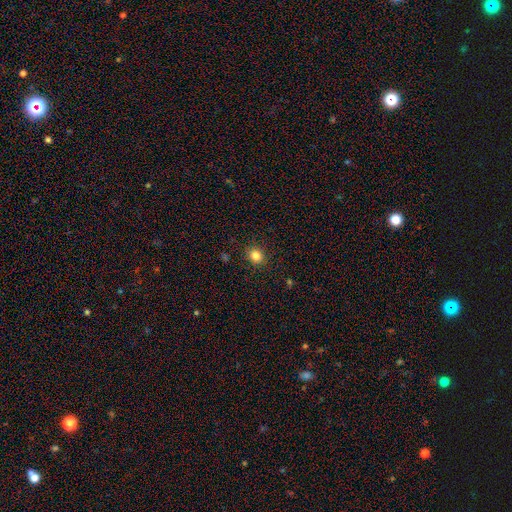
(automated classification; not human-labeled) smooth 83%, star or artifact 12%, featured or disk 5%. Down the decision tree: how rounded — round (79%); merging — none (89%).